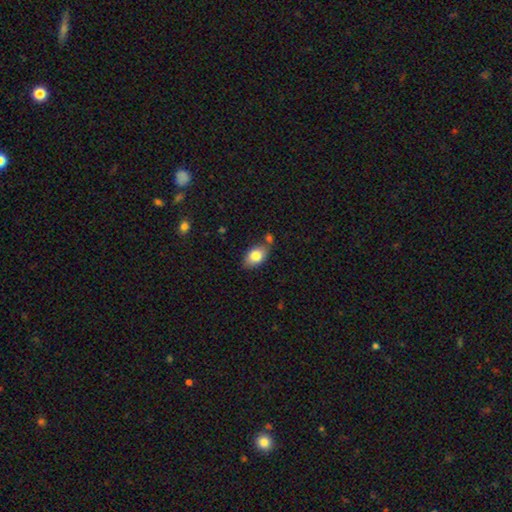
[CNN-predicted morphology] Smooth or featured?
  - smooth: 81% *
  - featured or disk: 12%
  - star or artifact: 7%
How rounded?
  - in between: 88% *
  - round: 11%
  - cigar-shaped: 2%
Merging?
  - none: 68% *
  - minor disturbance: 17%
  - merger: 11%
  - major disturbance: 4%